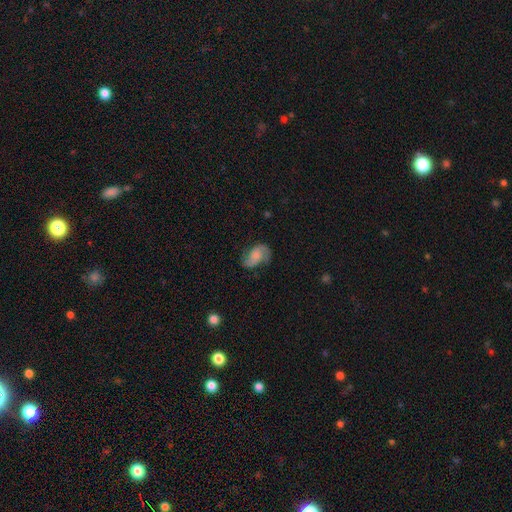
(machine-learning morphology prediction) The model was most divided on "spiral winding": loose: 45%, medium: 41%, tight: 14%. More confident: edge-on disk — no (97%); spiral arms — yes (94%); spiral arm count — 2 (89%); merging — none (68%); smooth or featured — featured or disk (68%); bar — no (60%); bulge size — none (50%).